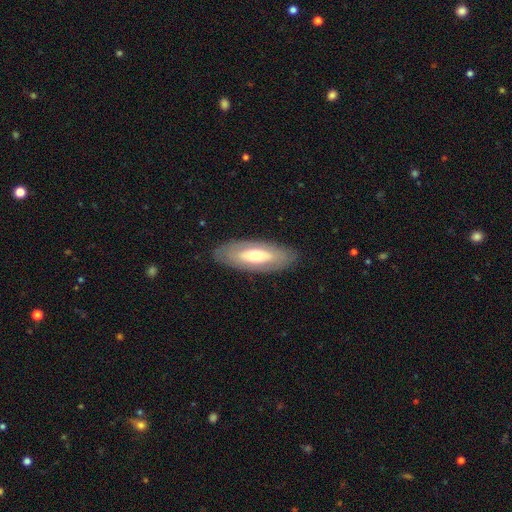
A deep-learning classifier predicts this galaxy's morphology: Q: Smooth or featured?
A: featured or disk (51%); runner-up: smooth (44%)
Q: Edge-on disk?
A: no (76%); runner-up: yes (24%)
Q: Merging?
A: none (85%); runner-up: minor disturbance (10%)